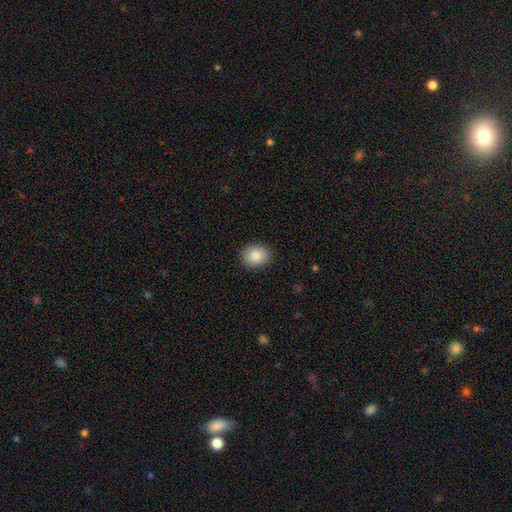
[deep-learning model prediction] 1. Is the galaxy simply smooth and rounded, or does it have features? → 86% smooth, 8% star or artifact, 6% featured or disk.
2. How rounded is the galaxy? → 51% round, 48% in between, 1% cigar-shaped.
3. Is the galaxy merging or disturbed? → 90% none, 7% minor disturbance, 2% major disturbance, 1% merger.